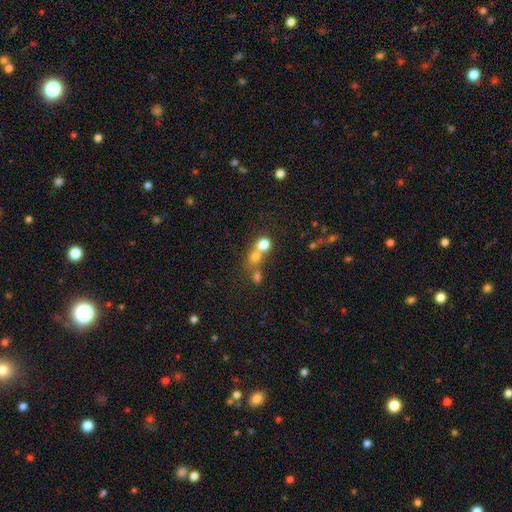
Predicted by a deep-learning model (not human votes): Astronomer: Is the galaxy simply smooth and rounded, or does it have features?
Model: smooth — 61%.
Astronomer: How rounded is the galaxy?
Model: round — 80%.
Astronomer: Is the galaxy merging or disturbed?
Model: merger — 52% (runner-up: none, 37%).